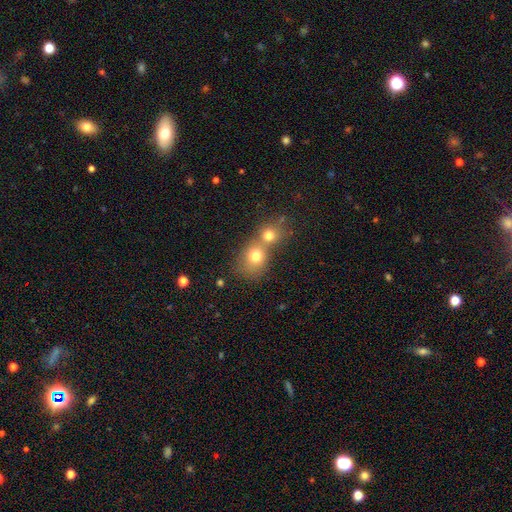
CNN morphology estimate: Smooth or featured? smooth (74%)
How rounded? round (69%)
Merging? merger (58%)